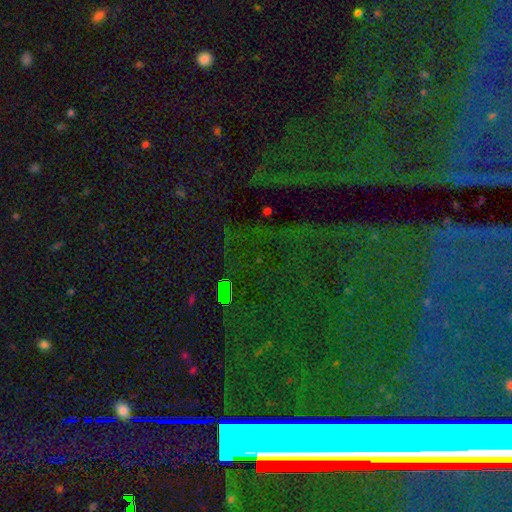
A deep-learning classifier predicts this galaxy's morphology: Smooth or featured: star or artifact — 77% (featured or disk — 12%)